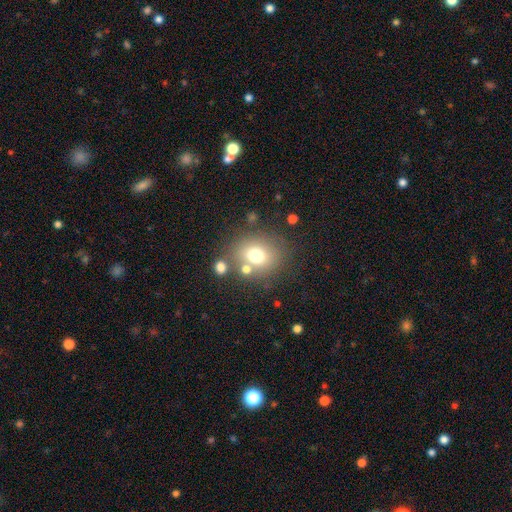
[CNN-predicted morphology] smooth-or-featured: smooth: 71% | featured or disk: 15% | star or artifact: 14%
  how-rounded: round: 68% | in between: 32% | cigar-shaped: 1%
  merging: none: 69% | minor disturbance: 13% | merger: 12% | major disturbance: 6%